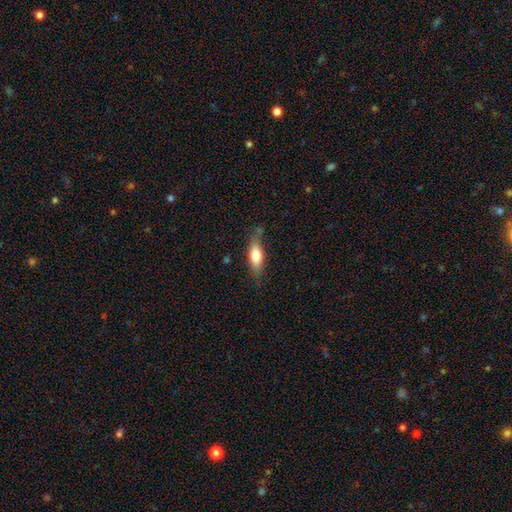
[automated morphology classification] This is likely a smooth galaxy (70%). How rounded: likely in between (64%). Merging: likely none (67%).